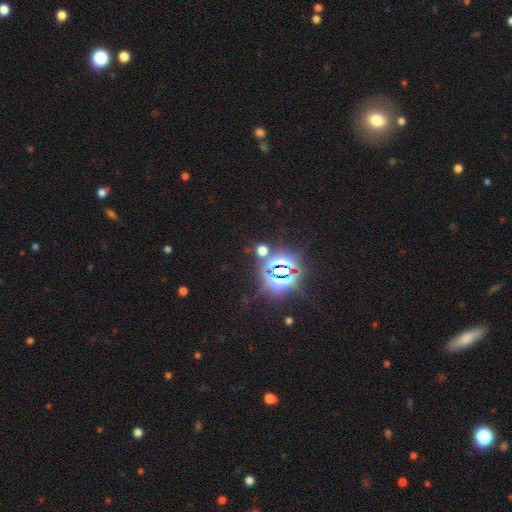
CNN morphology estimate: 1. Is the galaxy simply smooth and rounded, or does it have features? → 84% star or artifact, 9% smooth, 7% featured or disk.